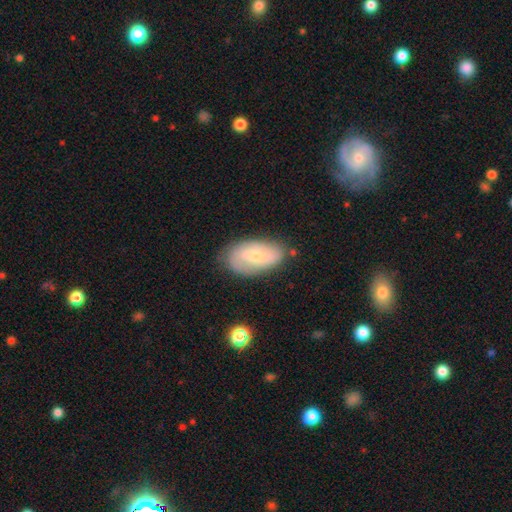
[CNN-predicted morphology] The model was most divided on "bar": weak: 44%, no: 34%, strong: 22%. More confident: edge-on disk — no (93%); merging — none (76%); spiral arms — yes (75%); bulge size — small (67%); smooth or featured — featured or disk (56%).